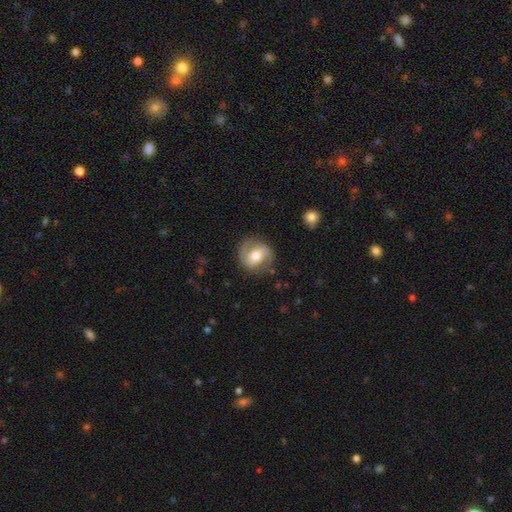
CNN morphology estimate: A featured or disk galaxy (55%) with a weak bar (39%), spiral arms (75%) and a moderate central bulge (72%). Merging: none (79%).